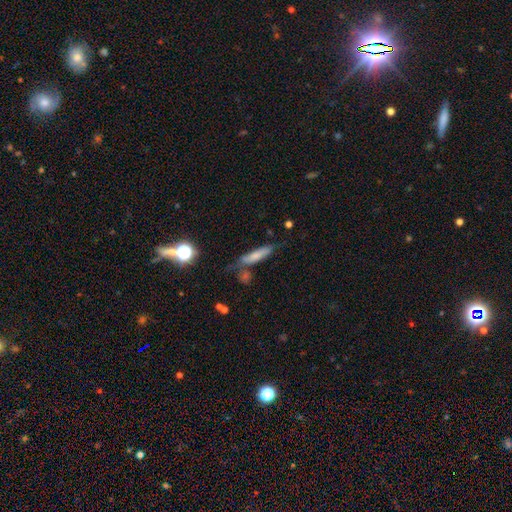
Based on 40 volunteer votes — Morphology: type=smooth (50%); roundness=cigar-shaped (90%); merging=none (66%).